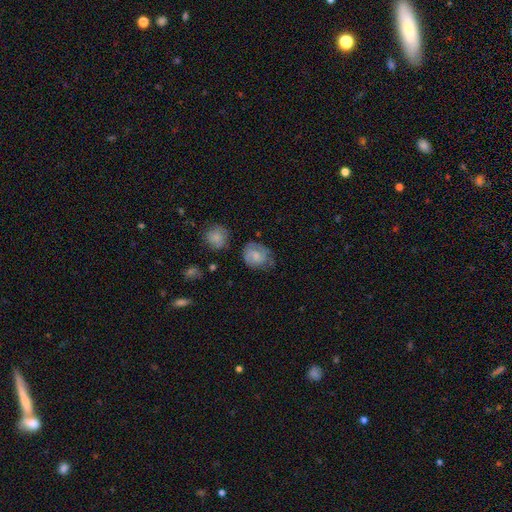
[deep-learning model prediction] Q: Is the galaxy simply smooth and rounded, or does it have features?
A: smooth — 55%.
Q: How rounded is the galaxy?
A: round — 60%.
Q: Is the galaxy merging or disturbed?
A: none — 60%.